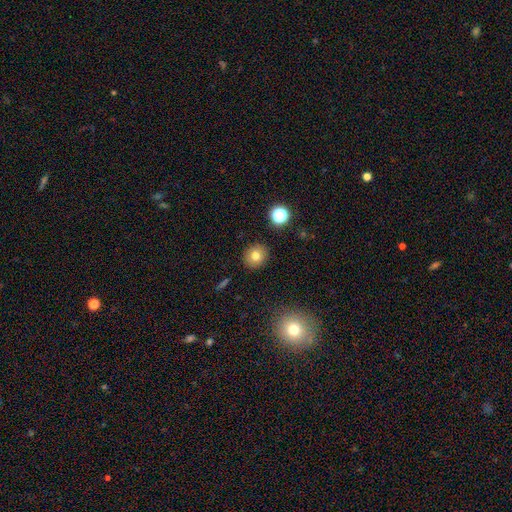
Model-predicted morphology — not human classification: This appears to be a smooth galaxy with no disk features (76%) that is round (84%). Merging: none (89%).